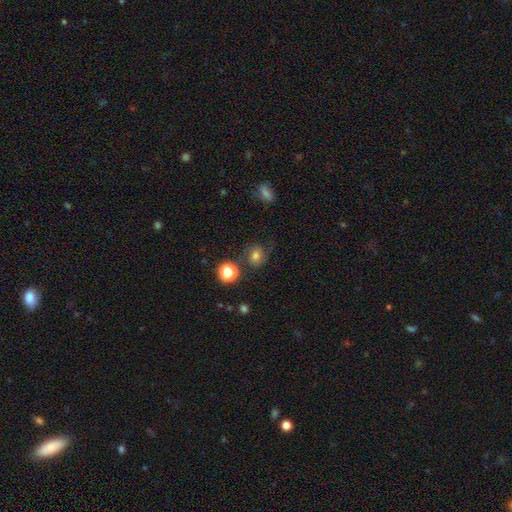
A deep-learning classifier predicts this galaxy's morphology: Smooth or featured? smooth (66%)
How rounded? round (74%)
Merging? none (66%)